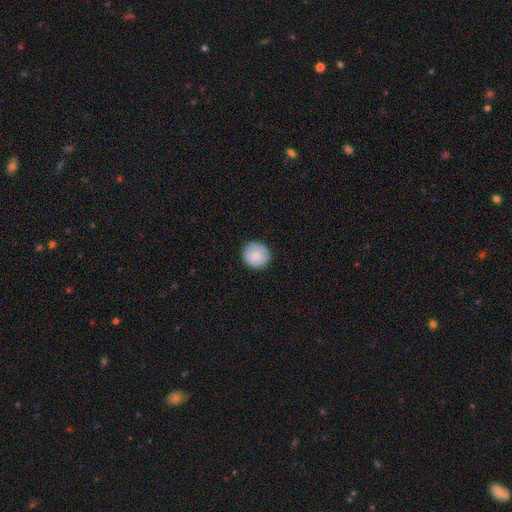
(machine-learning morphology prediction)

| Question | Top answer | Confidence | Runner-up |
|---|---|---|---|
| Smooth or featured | smooth | 77% | featured or disk (16%) |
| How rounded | round | 94% | in between (5%) |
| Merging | none | 89% | minor disturbance (8%) |